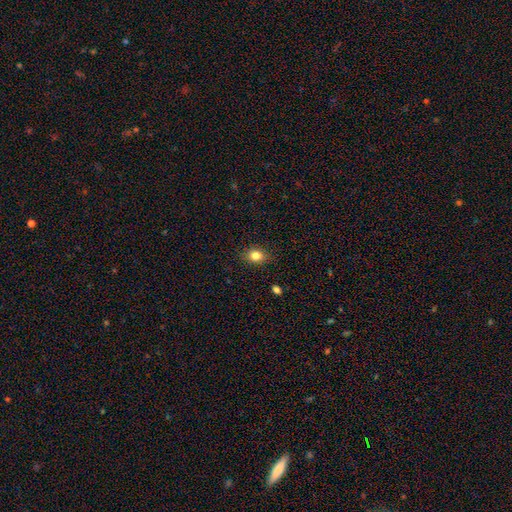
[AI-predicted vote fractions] A smooth galaxy with no disk features (82%) that is in between round and cigar-shaped (56%). Merging: none (87%).